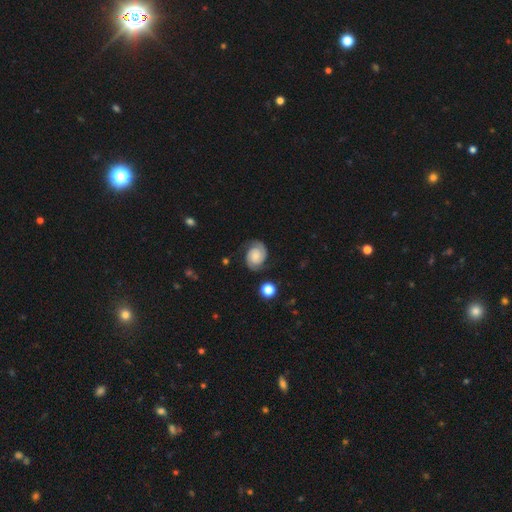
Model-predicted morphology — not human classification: type=featured or disk (75%); edge-on=no (98%); bar=no (68%); spiral arms=yes (97%); winding=tight (55%); arm count=2 (89%); bulge=small (37%); merging=none (78%).